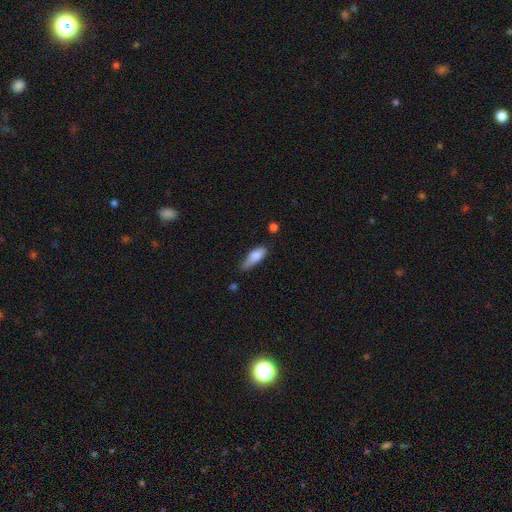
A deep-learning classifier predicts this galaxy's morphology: Smooth or featured? Predicted: smooth (p=0.78). How rounded? Predicted: in between (p=0.64). Merging? Predicted: none (p=0.46).